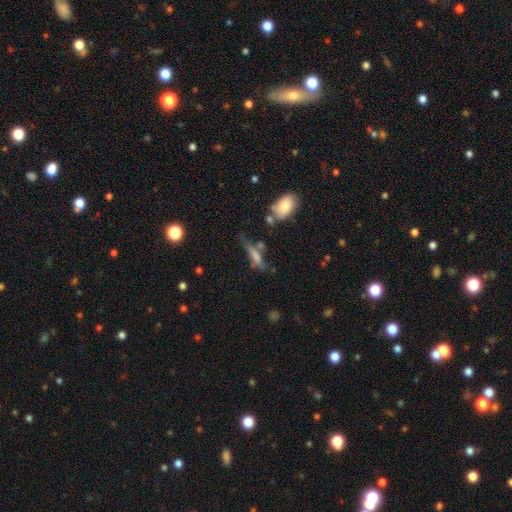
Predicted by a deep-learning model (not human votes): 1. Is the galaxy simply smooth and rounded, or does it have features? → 55% smooth, 35% featured or disk, 10% star or artifact.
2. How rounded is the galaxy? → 69% cigar-shaped, 28% in between, 3% round.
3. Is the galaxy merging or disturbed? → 45% none, 25% minor disturbance, 17% major disturbance, 14% merger.